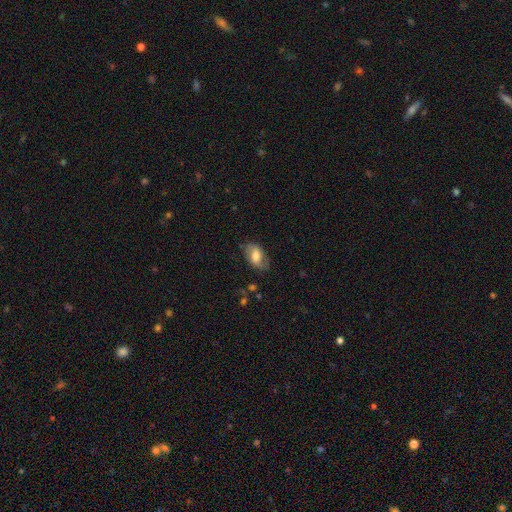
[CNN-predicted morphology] A smooth galaxy with no disk features (56%) that is in between round and cigar-shaped (90%). Merging: none (71%).